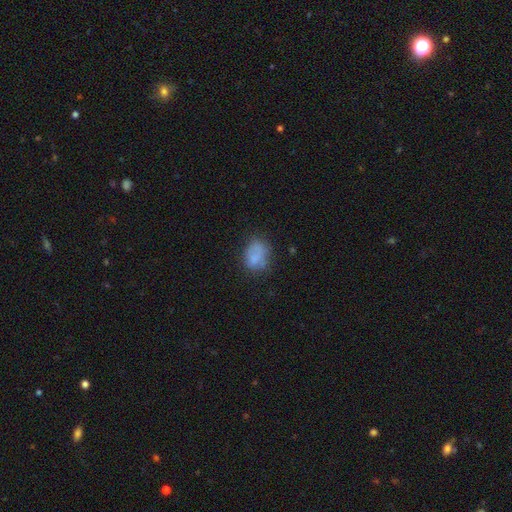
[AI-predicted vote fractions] Smooth or featured? Predicted: smooth (p=0.72). How rounded? Predicted: in between (p=0.62). Merging? Predicted: none (p=0.53).